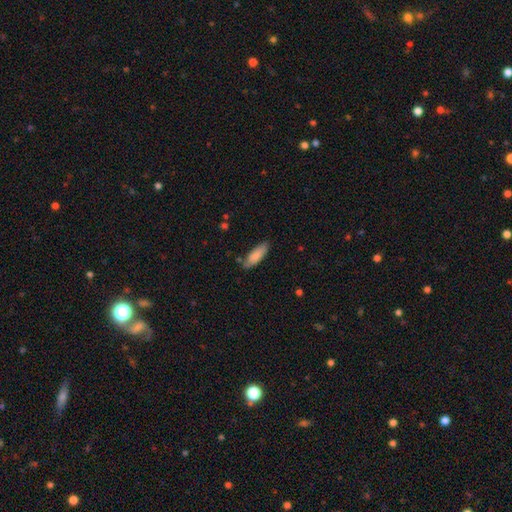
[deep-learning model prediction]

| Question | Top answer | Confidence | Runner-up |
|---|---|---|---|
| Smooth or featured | smooth | 84% | featured or disk (10%) |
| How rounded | in between | 55% | cigar-shaped (44%) |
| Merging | none | 75% | minor disturbance (18%) |